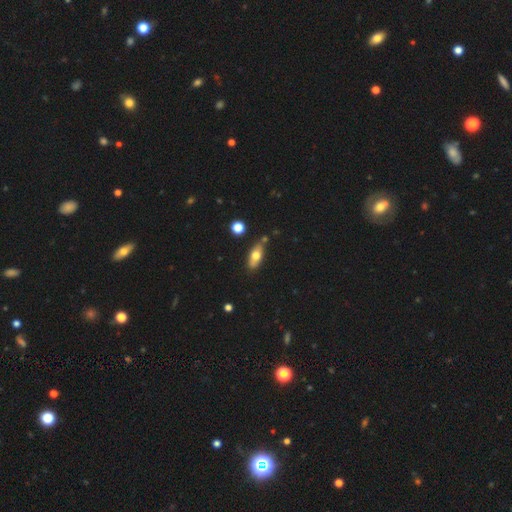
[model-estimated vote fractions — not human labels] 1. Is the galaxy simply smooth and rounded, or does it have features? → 64% smooth, 29% featured or disk, 7% star or artifact.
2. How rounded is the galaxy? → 76% in between, 20% cigar-shaped, 5% round.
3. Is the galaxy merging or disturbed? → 76% none, 15% minor disturbance, 7% merger, 3% major disturbance.